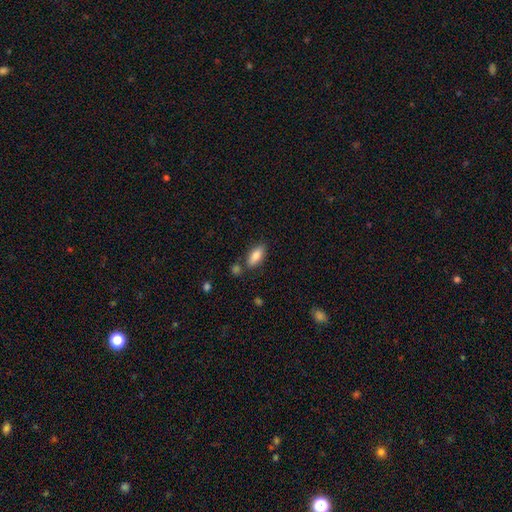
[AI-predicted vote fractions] This appears to be a smooth galaxy with no disk features (82%) that is in between round and cigar-shaped (83%). Merging: none (75%).